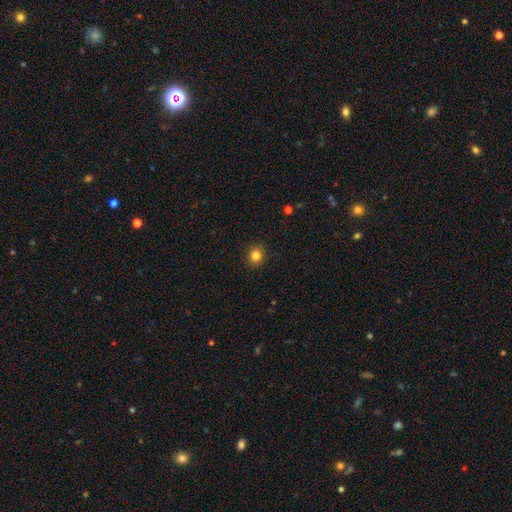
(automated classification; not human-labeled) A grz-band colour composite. It shows a smooth galaxy with no disk features (83%) that is round (87%). Merging: none (91%).